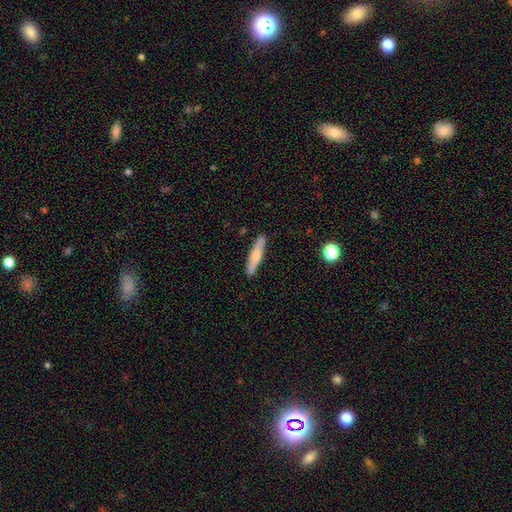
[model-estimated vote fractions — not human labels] This appears to be a smooth galaxy with no disk features (61%) that is cigar-shaped (88%). Merging: none (89%).